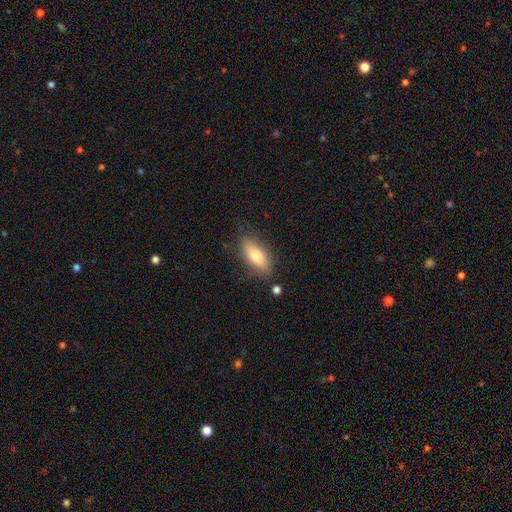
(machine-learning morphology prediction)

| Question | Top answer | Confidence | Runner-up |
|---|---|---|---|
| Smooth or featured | smooth | 73% | featured or disk (20%) |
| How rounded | in between | 75% | cigar-shaped (22%) |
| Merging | none | 78% | minor disturbance (16%) |